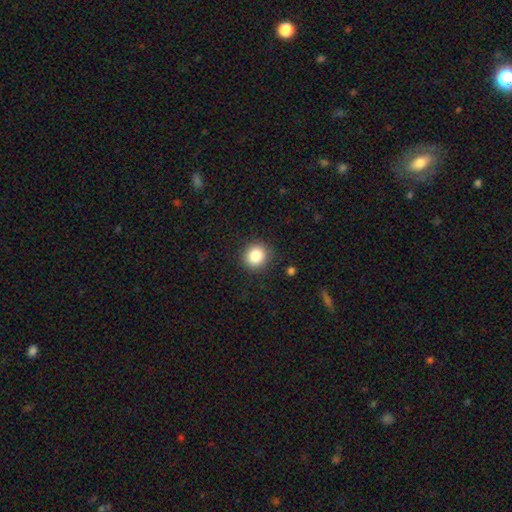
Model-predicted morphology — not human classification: This appears to be a smooth galaxy with no disk features (86%) that is round (89%). Merging: none (89%).